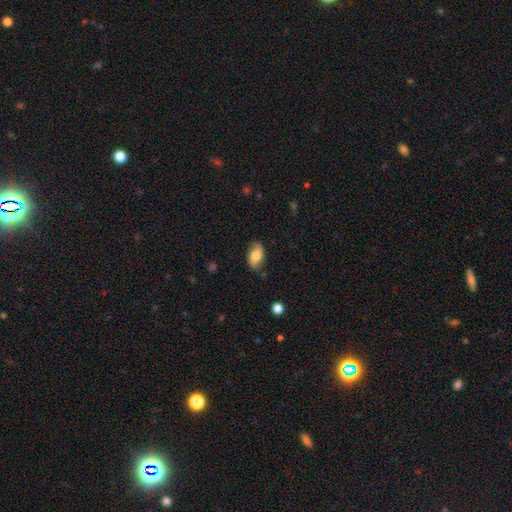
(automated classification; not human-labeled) Smooth or featured? Predicted: smooth (p=0.70). How rounded? Predicted: in between (p=0.91). Merging? Predicted: none (p=0.76).